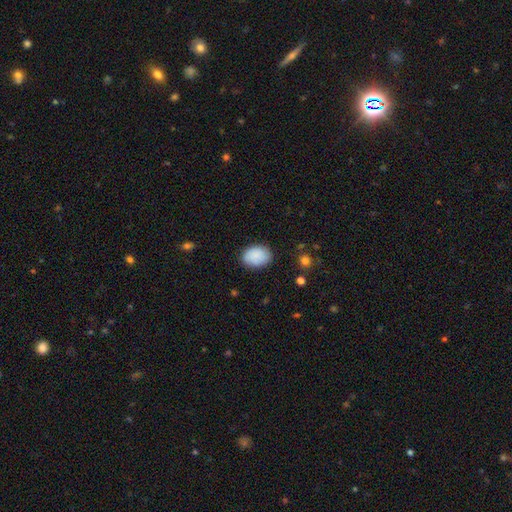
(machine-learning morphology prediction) smooth_or_featured: smooth (p=0.87) [alt: star or artifact p=0.07]
how_rounded: in between (p=0.72) [alt: round p=0.27]
merging: none (p=0.81) [alt: minor disturbance p=0.14]